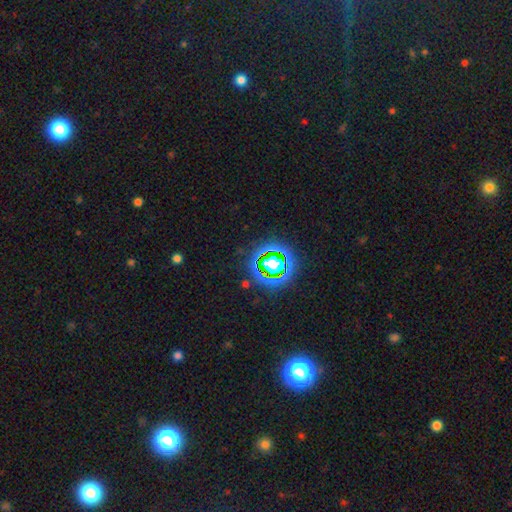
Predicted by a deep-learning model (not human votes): Q: Smooth or featured?
A: star or artifact (80%); runner-up: smooth (14%)